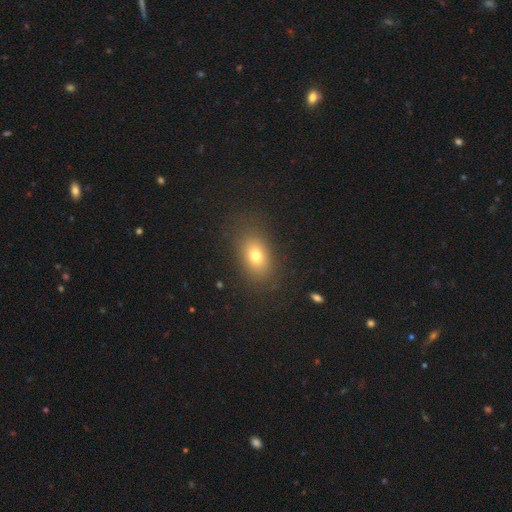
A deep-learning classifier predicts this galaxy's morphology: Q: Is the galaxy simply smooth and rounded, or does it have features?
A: smooth — 74%.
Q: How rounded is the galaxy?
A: in between — 78%.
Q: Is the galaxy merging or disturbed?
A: none — 82%.